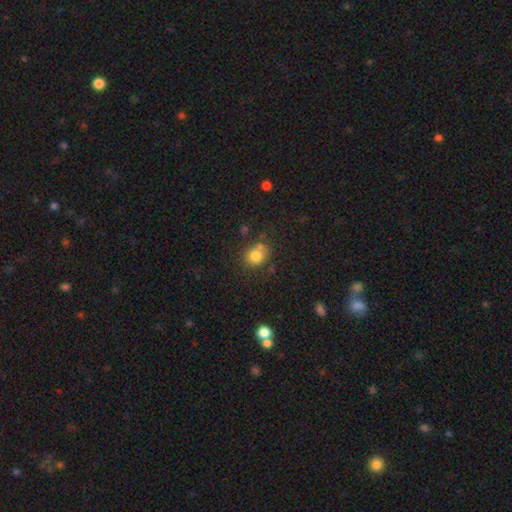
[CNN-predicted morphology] The model was most divided on "how rounded": round: 70%, in between: 29%, cigar-shaped: 1%. More confident: smooth or featured — smooth (79%); merging — none (59%).